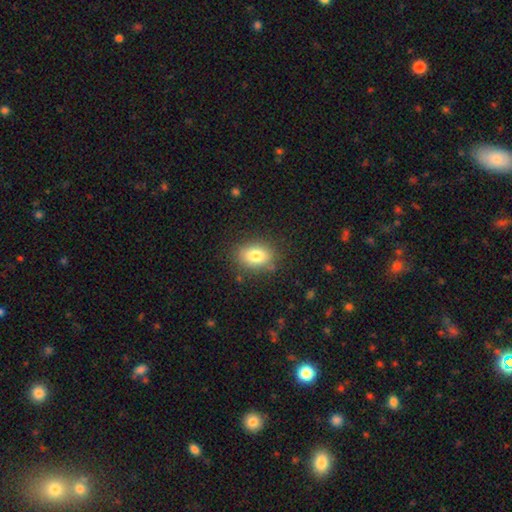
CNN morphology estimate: This is likely a smooth galaxy (80%). How rounded: likely in between (70%). Merging: clearly none (82%).